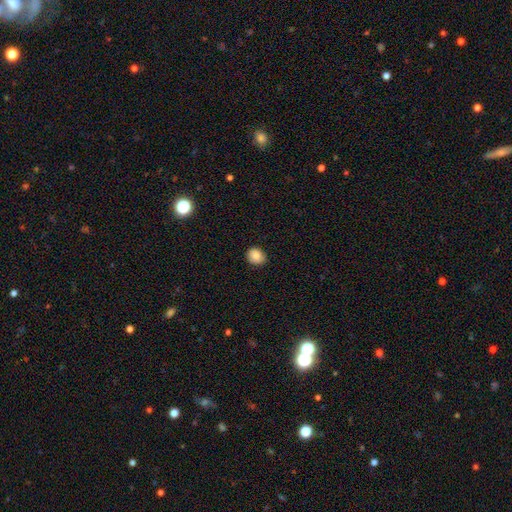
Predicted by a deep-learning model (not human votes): Morphology: type=smooth (86%); roundness=round (73%); merging=none (87%).